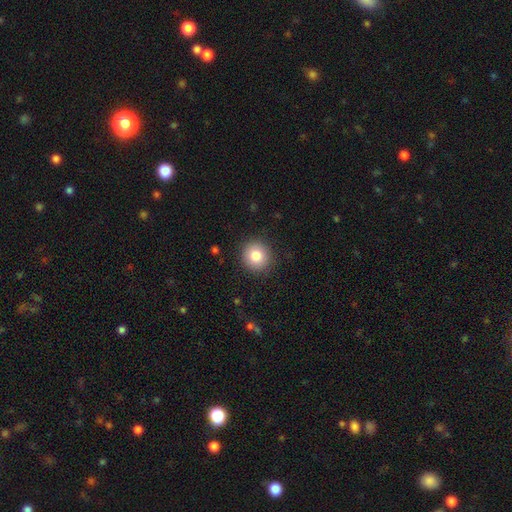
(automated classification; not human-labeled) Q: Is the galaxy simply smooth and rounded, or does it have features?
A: smooth — 83%.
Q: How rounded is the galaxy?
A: round — 91%.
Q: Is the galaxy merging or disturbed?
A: none — 90%.